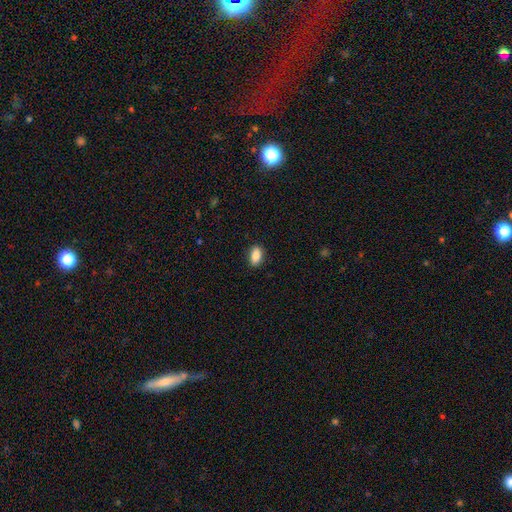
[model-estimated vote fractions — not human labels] This appears to be a smooth galaxy with no disk features (87%) that is in between round and cigar-shaped (91%). Merging: none (89%).